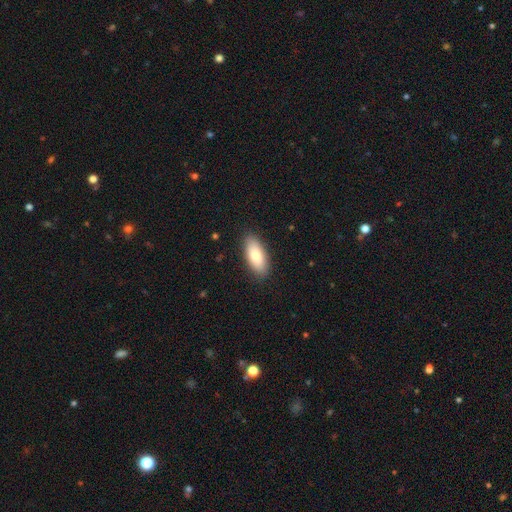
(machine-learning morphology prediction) smooth-or-featured: smooth: 82% | featured or disk: 12% | star or artifact: 6%
  how-rounded: in between: 83% | cigar-shaped: 15% | round: 2%
  merging: none: 88% | minor disturbance: 9% | major disturbance: 2% | merger: 1%